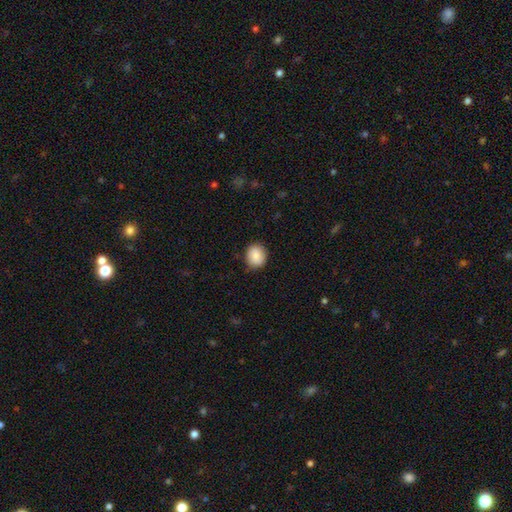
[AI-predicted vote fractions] Smooth or featured? Predicted: smooth (p=0.87). How rounded? Predicted: round (p=0.68). Merging? Predicted: none (p=0.85).